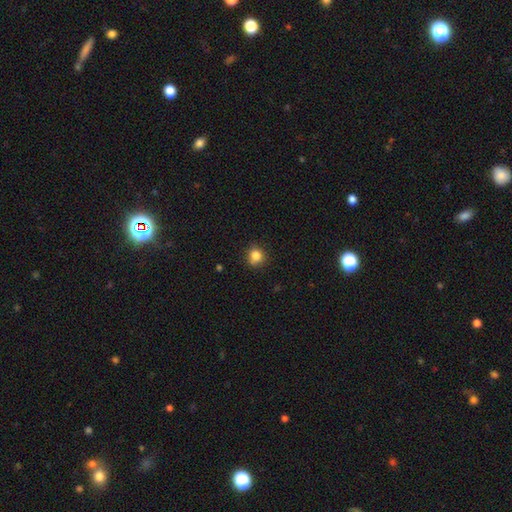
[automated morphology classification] Smooth or featured? Predicted: smooth (p=0.84). How rounded? Predicted: round (p=0.85). Merging? Predicted: none (p=0.81).